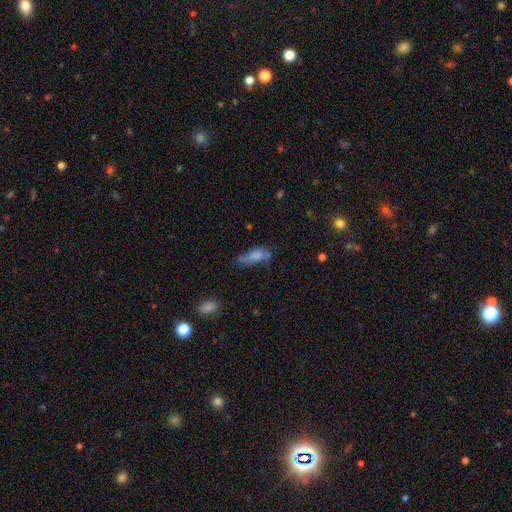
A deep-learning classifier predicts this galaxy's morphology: Smooth or featured?
  - smooth: 65% *
  - featured or disk: 26%
  - star or artifact: 9%
How rounded?
  - in between: 67% *
  - cigar-shaped: 29%
  - round: 3%
Merging?
  - none: 44% *
  - minor disturbance: 31%
  - major disturbance: 19%
  - merger: 6%